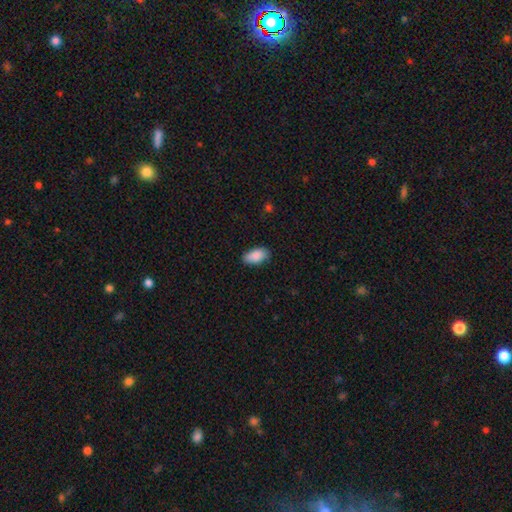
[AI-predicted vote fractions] Smooth or featured: smooth — 90% (star or artifact — 6%)
How rounded: in between — 94% (cigar-shaped — 4%)
Merging: none — 81% (minor disturbance — 15%)